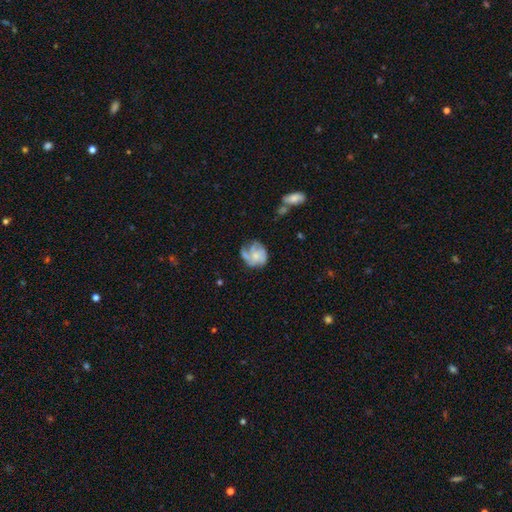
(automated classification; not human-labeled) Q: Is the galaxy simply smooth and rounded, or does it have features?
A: featured or disk — 57%.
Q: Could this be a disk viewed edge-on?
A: no — 98%.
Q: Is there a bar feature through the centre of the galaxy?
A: no — 79%.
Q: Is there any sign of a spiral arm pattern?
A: yes — 72%.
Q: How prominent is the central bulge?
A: small — 49%.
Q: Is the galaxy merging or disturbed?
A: none — 44%.